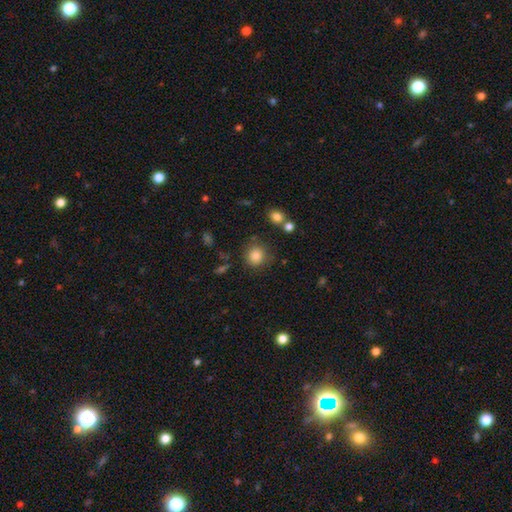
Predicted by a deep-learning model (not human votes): Overall: smooth (83%). How rounded: round (86%). Merging: none (78%).